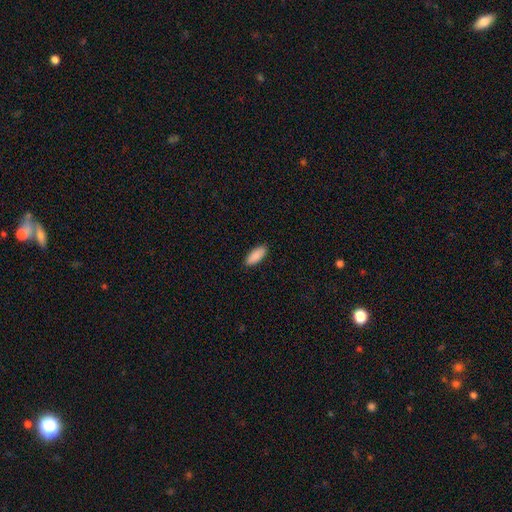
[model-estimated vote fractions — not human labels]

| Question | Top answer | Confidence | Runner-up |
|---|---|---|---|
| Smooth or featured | smooth | 91% | star or artifact (6%) |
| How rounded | in between | 82% | cigar-shaped (17%) |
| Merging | none | 90% | minor disturbance (7%) |